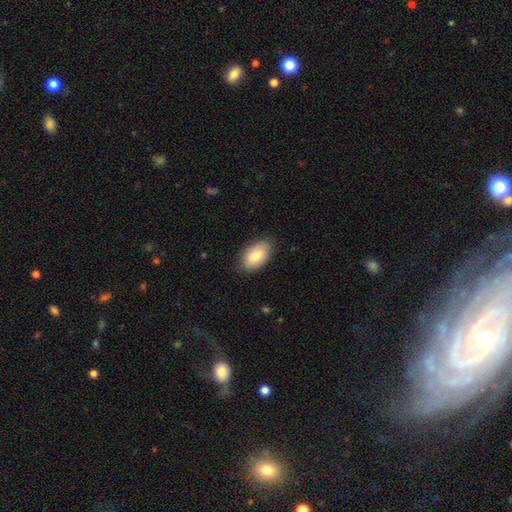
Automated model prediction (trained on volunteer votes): Morphology: type=smooth (82%); roundness=in between (93%); merging=none (85%).